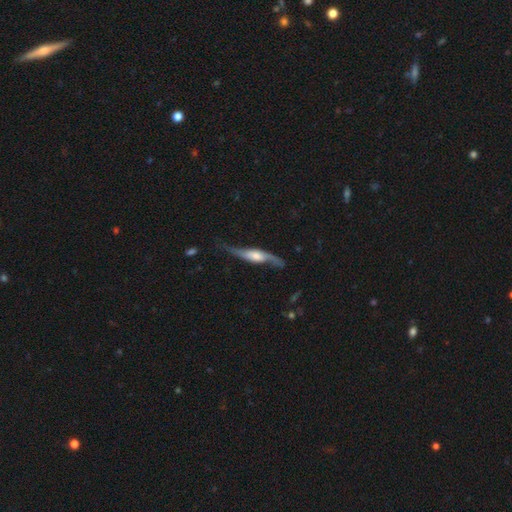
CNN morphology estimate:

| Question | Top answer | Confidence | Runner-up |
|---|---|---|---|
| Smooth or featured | featured or disk | 77% | smooth (18%) |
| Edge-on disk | yes | 52% | no (48%) |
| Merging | none | 62% | minor disturbance (23%) |